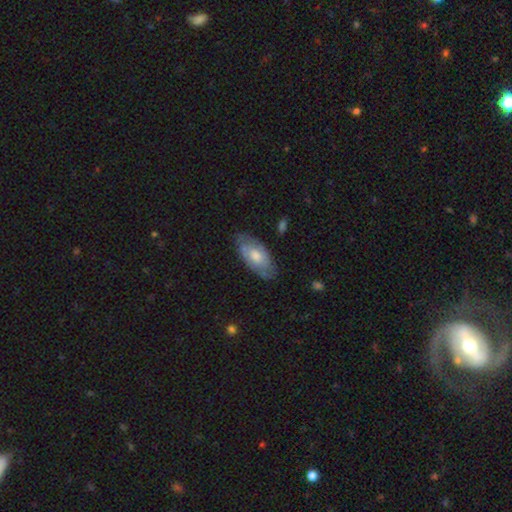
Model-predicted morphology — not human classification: The model was most divided on "smooth or featured": featured or disk: 54%, smooth: 41%, star or artifact: 5%. More confident: edge-on disk — no (88%); merging — none (74%).